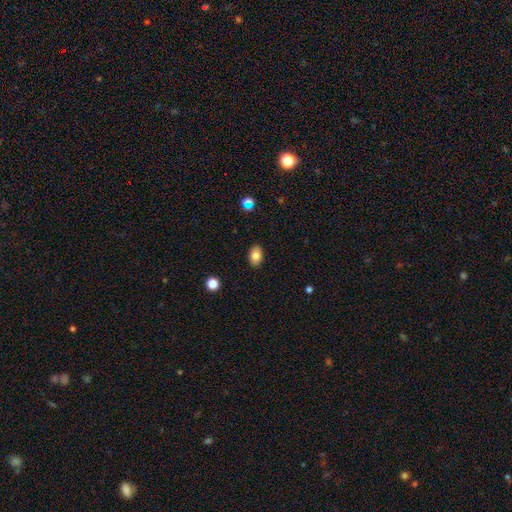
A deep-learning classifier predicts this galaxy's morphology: A smooth galaxy with no disk features (82%) that is in between round and cigar-shaped (84%). Merging: none (88%).